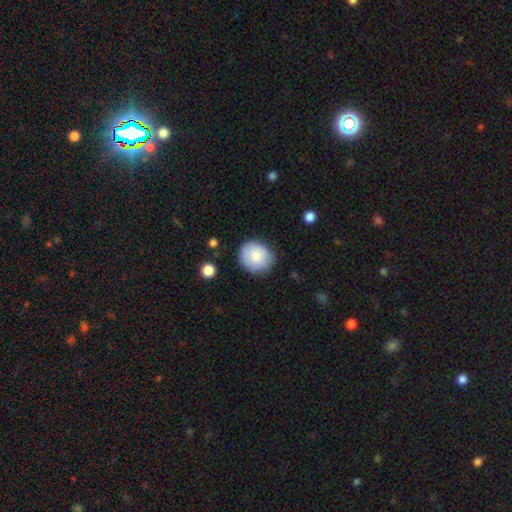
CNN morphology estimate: A smooth galaxy with no disk features (83%) that is round (82%). Merging: none (81%).